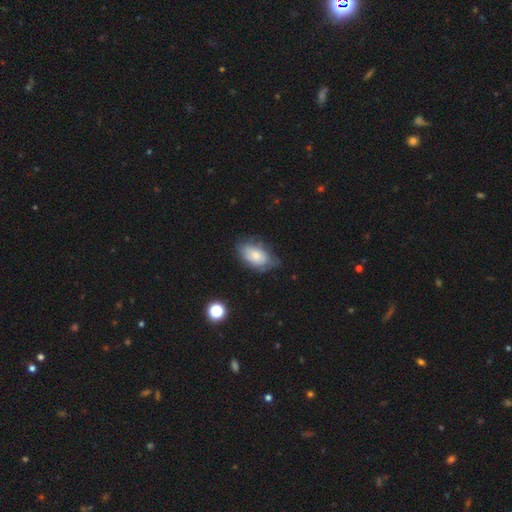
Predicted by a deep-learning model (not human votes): Smooth or featured?
  - smooth: 66% *
  - featured or disk: 26%
  - star or artifact: 8%
How rounded?
  - in between: 91% *
  - round: 7%
  - cigar-shaped: 2%
Merging?
  - none: 56% *
  - minor disturbance: 32%
  - major disturbance: 10%
  - merger: 2%